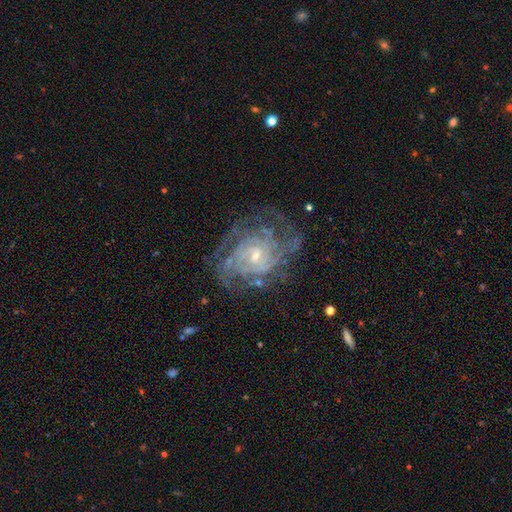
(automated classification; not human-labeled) smooth_or_featured: featured or disk (p=0.87) [alt: star or artifact p=0.07]
disk_edge_on: no (p=0.97) [alt: yes p=0.03]
bar: no (p=0.57) [alt: weak p=0.36]
has_spiral_arms: yes (p=0.94) [alt: no p=0.06]
spiral_winding: tight (p=0.66) [alt: medium p=0.28]
spiral_arm_count: can't tell (p=0.38) [alt: 3 p=0.16]
bulge_size: small (p=0.62) [alt: moderate p=0.33]
merging: none (p=0.69) [alt: minor disturbance p=0.18]